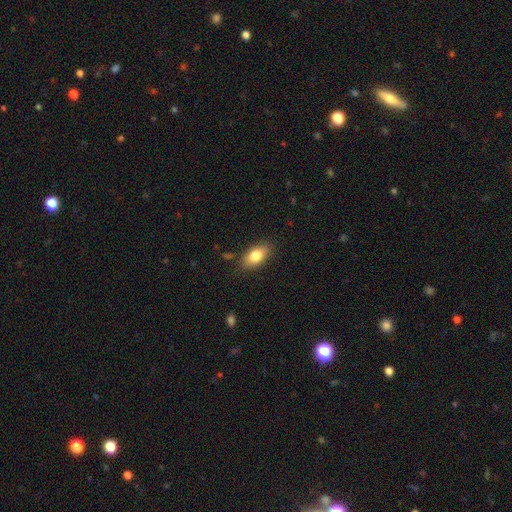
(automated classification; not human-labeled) smooth 80%, featured or disk 12%, star or artifact 7%. Down the decision tree: how rounded — in between (88%); merging — none (83%).